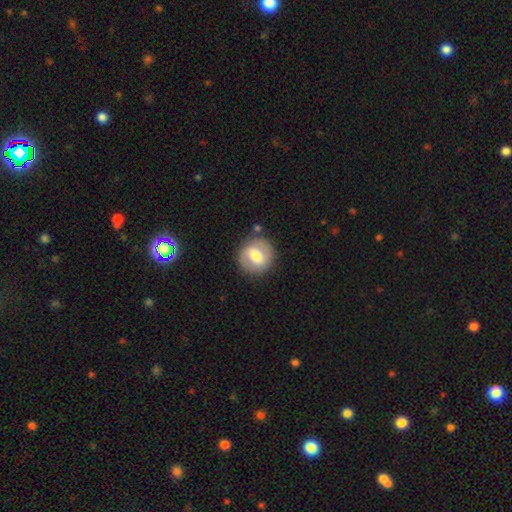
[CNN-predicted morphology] Smooth or featured? Predicted: smooth (p=0.53). How rounded? Predicted: round (p=0.85). Merging? Predicted: none (p=0.82).